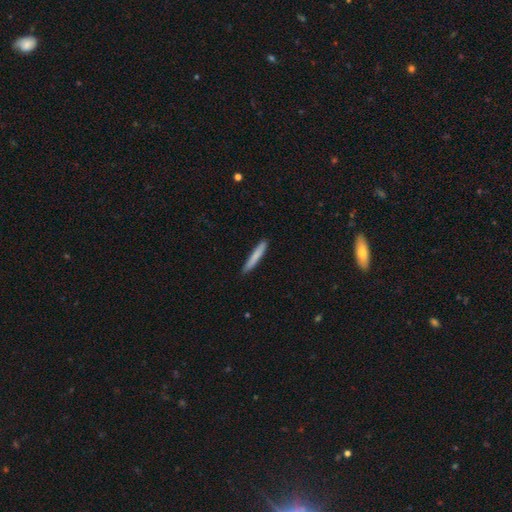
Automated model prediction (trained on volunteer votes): smooth-or-featured: smooth: 78% | featured or disk: 17% | star or artifact: 6%
  how-rounded: cigar-shaped: 95% | in between: 4% | round: 1%
  merging: none: 88% | minor disturbance: 9% | major disturbance: 2% | merger: 1%